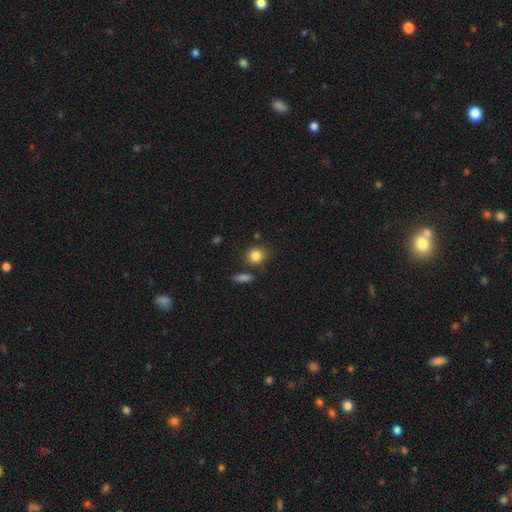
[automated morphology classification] Smooth or featured? smooth (84%)
How rounded? round (78%)
Merging? none (73%)